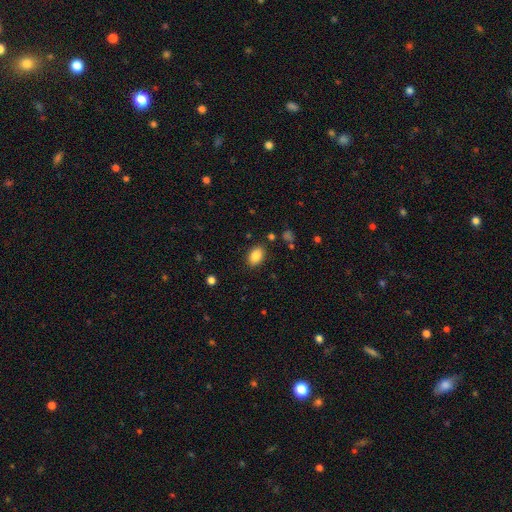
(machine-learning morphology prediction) Overall: smooth (87%). How rounded: in between (84%). Merging: none (86%).